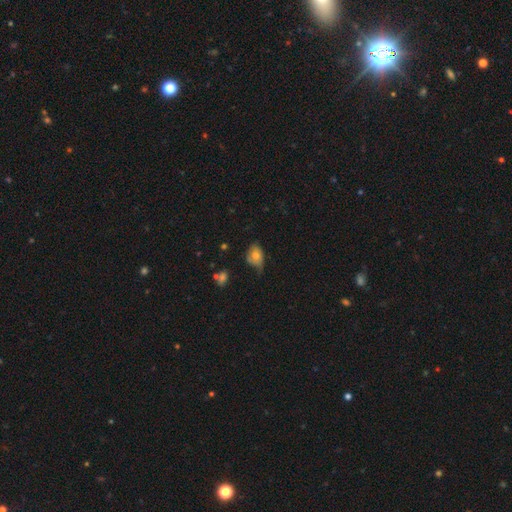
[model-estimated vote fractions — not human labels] Morphology: type=smooth (68%); roundness=in between (75%); merging=minor disturbance (44%).